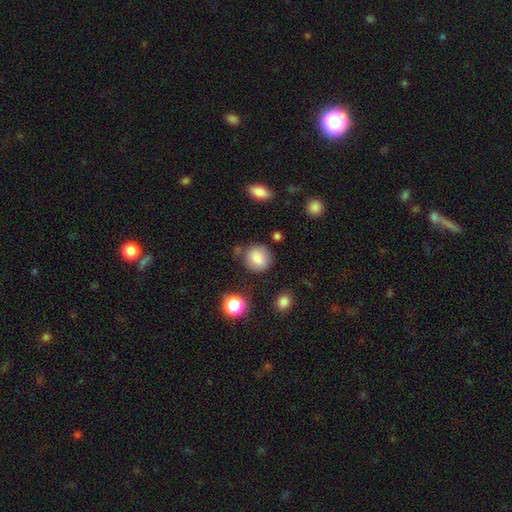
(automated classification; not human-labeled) smooth-or-featured: smooth: 82% | star or artifact: 10% | featured or disk: 8%
  how-rounded: round: 85% | in between: 14% | cigar-shaped: 1%
  merging: none: 77% | minor disturbance: 13% | merger: 5% | major disturbance: 4%